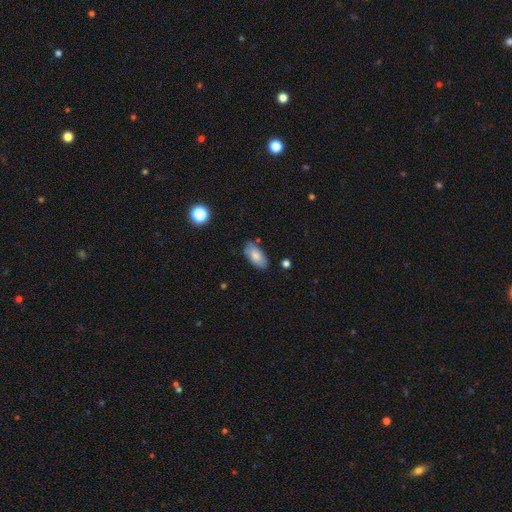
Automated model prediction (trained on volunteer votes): Smooth or featured? Predicted: smooth (p=0.78). How rounded? Predicted: in between (p=0.92). Merging? Predicted: none (p=0.80).